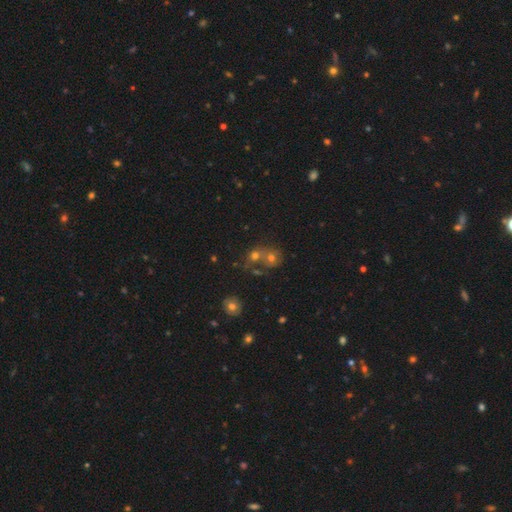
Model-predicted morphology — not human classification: A smooth galaxy with no disk features (56%) that is round (81%). Merging: merger (53%).